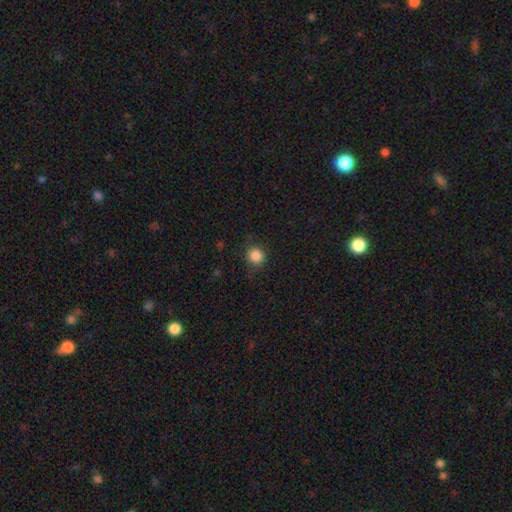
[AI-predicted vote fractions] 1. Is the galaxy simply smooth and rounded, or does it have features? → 85% smooth, 11% star or artifact, 4% featured or disk.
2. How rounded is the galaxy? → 90% round, 9% in between, 1% cigar-shaped.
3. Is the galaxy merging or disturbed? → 82% none, 13% minor disturbance, 4% major disturbance, 1% merger.